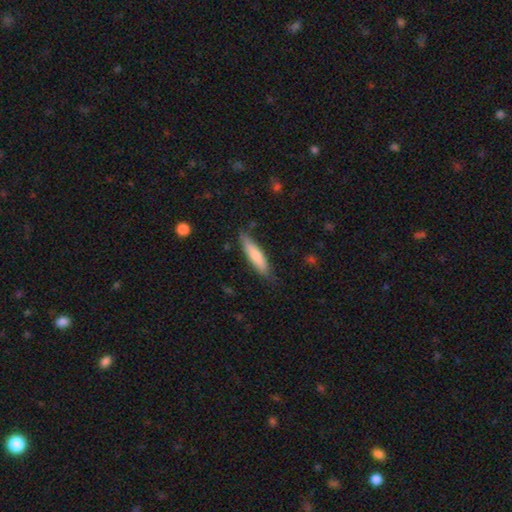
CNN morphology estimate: Smooth or featured? Predicted: smooth (p=0.76). How rounded? Predicted: cigar-shaped (p=0.79). Merging? Predicted: none (p=0.78).